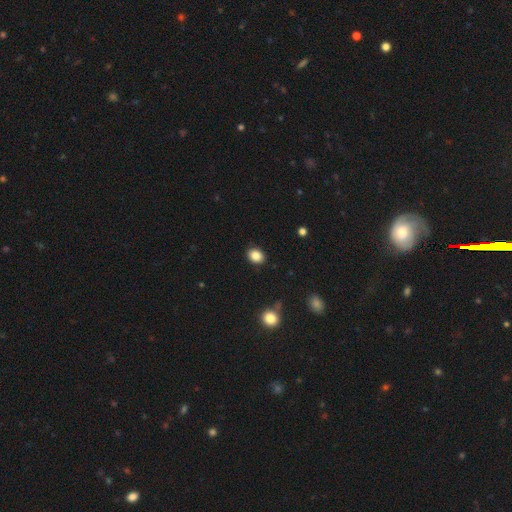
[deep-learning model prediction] Overall: smooth (86%). How rounded: in between (56%; round 43%). Merging: none (88%).